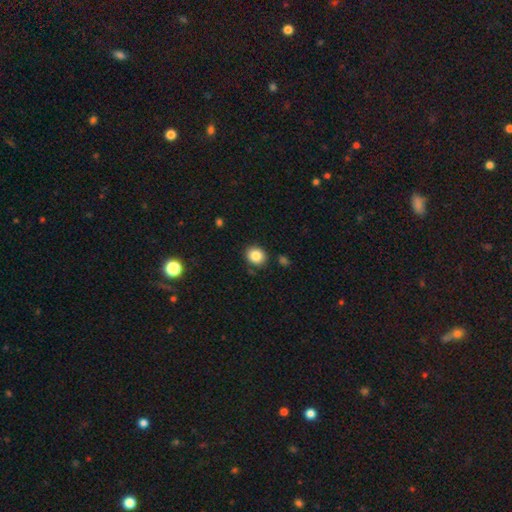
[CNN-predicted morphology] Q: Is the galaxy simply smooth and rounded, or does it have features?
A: smooth — 84%.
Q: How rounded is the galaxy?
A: round — 73%.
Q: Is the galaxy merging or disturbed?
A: none — 86%.